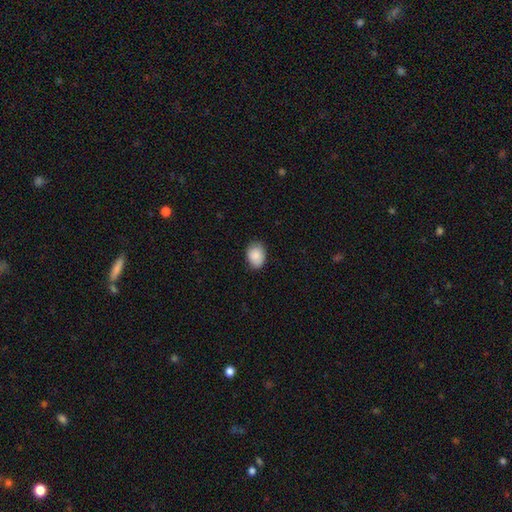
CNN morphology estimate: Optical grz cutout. It shows a smooth galaxy with no disk features (88%) that is in between round and cigar-shaped (73%). Merging: none (79%).